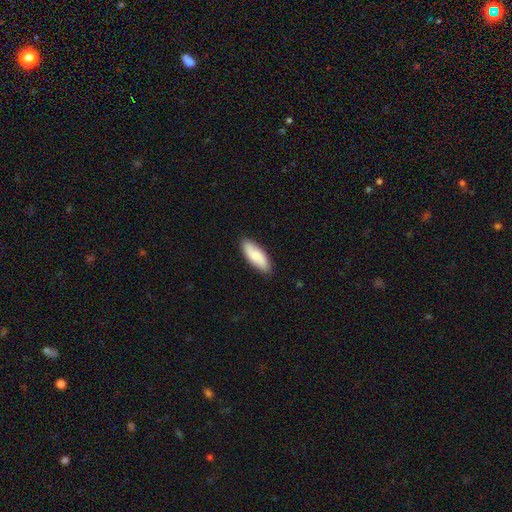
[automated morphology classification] Overall: smooth (81%). How rounded: in between (71%). Merging: none (88%).